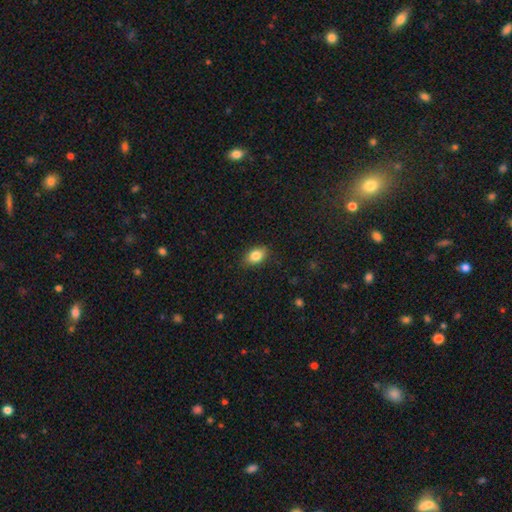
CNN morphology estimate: smooth-or-featured: smooth: 85% | star or artifact: 8% | featured or disk: 7%
  how-rounded: in between: 85% | round: 13% | cigar-shaped: 2%
  merging: none: 86% | minor disturbance: 11% | major disturbance: 2% | merger: 1%